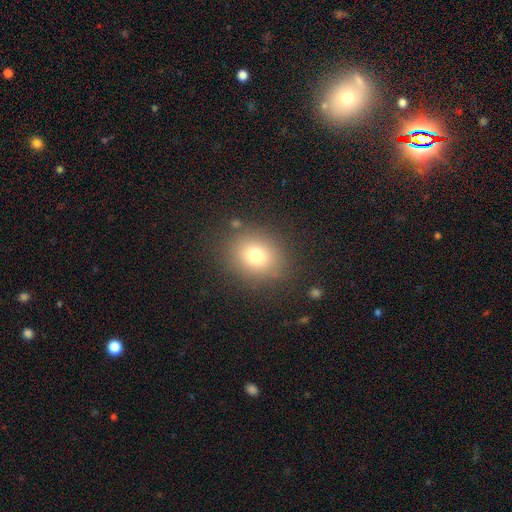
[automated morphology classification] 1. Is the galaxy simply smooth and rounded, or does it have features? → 74% smooth, 15% star or artifact, 11% featured or disk.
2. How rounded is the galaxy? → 72% round, 27% in between, 1% cigar-shaped.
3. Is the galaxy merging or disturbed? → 84% none, 9% minor disturbance, 4% major disturbance, 2% merger.